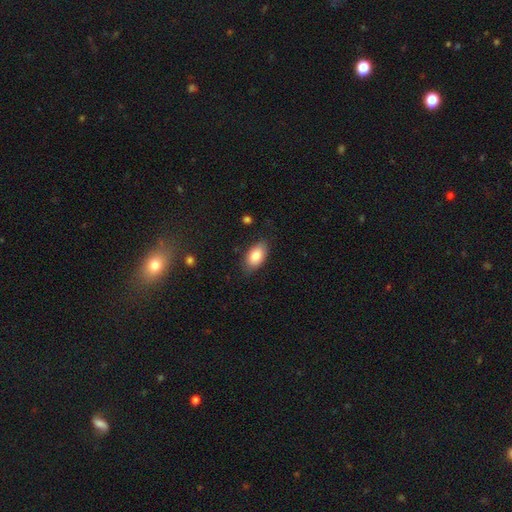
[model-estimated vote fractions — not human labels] Smooth or featured? smooth (83%)
How rounded? in between (93%)
Merging? none (82%)